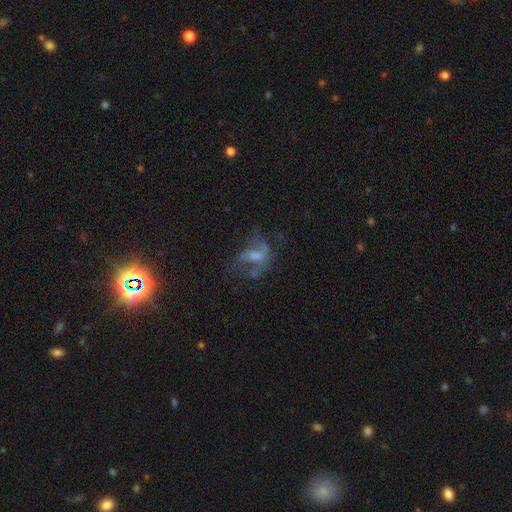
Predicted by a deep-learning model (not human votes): This appears to be a featured or disk galaxy (56%) with no bar (58%), no spiral arms (54%) and a moderate central bulge (33%, tied with small). Merging: none (39%).